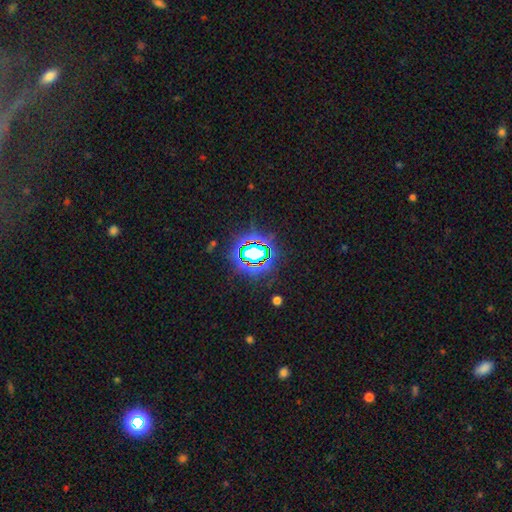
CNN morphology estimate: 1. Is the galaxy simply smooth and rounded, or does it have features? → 73% star or artifact, 15% smooth, 11% featured or disk.